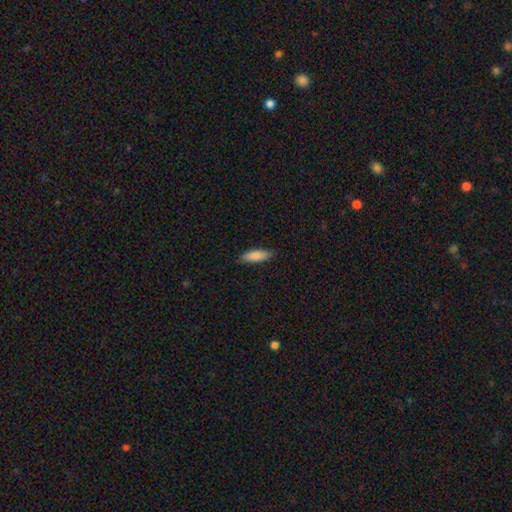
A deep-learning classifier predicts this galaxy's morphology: smooth-or-featured: smooth: 84% | featured or disk: 10% | star or artifact: 6%
  how-rounded: in between: 51% | cigar-shaped: 47% | round: 2%
  merging: none: 86% | minor disturbance: 11% | major disturbance: 2% | merger: 1%